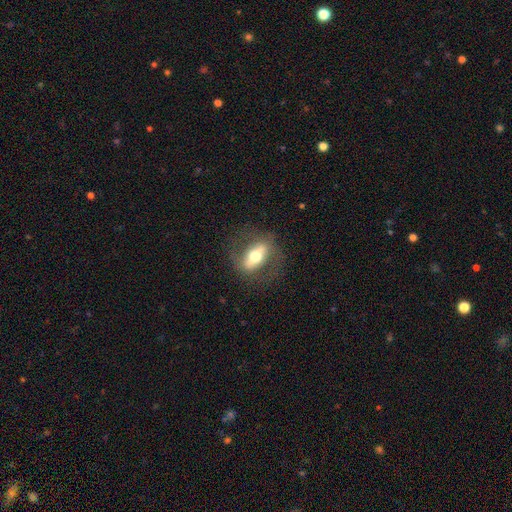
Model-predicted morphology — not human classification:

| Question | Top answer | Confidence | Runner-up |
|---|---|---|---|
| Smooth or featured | featured or disk | 60% | smooth (32%) |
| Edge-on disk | no | 63% | yes (37%) |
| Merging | none | 76% | minor disturbance (13%) |